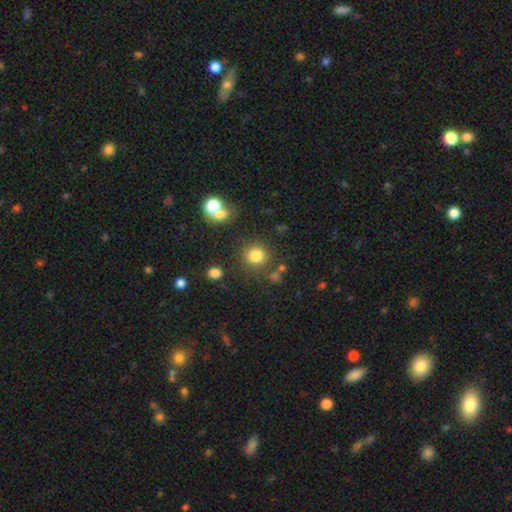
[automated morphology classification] The model was most divided on "smooth or featured": smooth: 79%, star or artifact: 14%, featured or disk: 6%. More confident: how rounded — round (87%); merging — none (79%).